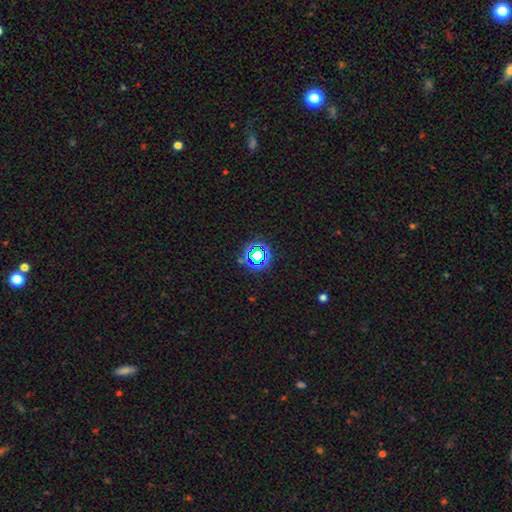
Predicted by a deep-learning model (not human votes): Smooth or featured? Predicted: star or artifact (p=0.61).